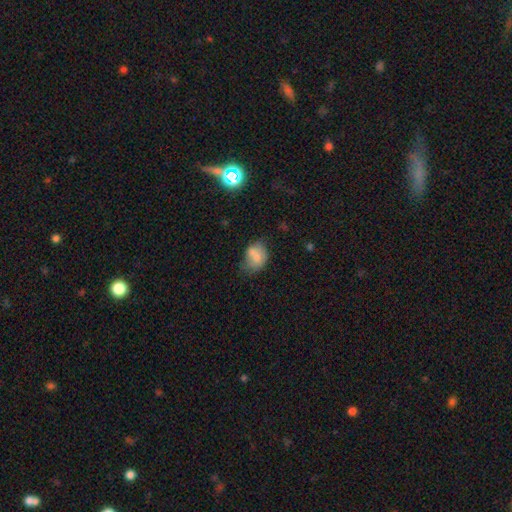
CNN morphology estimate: type=smooth (70%); roundness=in between (60%); merging=none (40%).